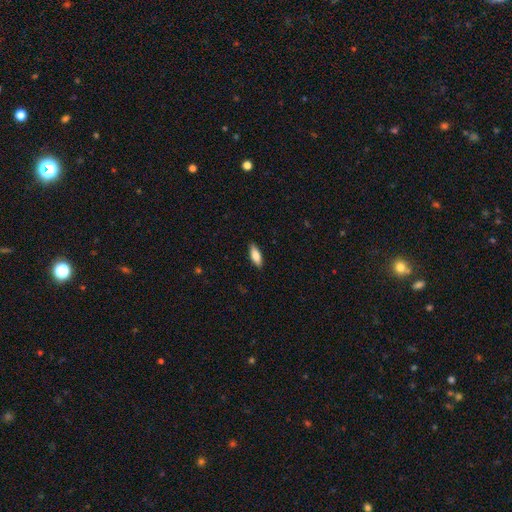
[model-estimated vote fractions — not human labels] Morphology: type=smooth (79%); roundness=in between (67%); merging=none (89%).